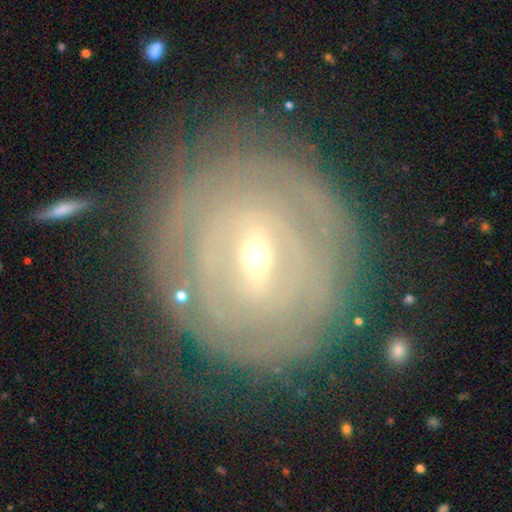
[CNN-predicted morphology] smooth_or_featured: featured or disk (p=0.80) [alt: smooth p=0.13]
disk_edge_on: no (p=0.94) [alt: yes p=0.06]
bar: weak (p=0.48) [alt: strong p=0.37]
has_spiral_arms: yes (p=0.78) [alt: no p=0.22]
spiral_winding: tight (p=0.85) [alt: medium p=0.11]
spiral_arm_count: can't tell (p=0.55) [alt: 2 p=0.16]
bulge_size: small (p=0.61) [alt: moderate p=0.35]
merging: none (p=0.79) [alt: minor disturbance p=0.13]